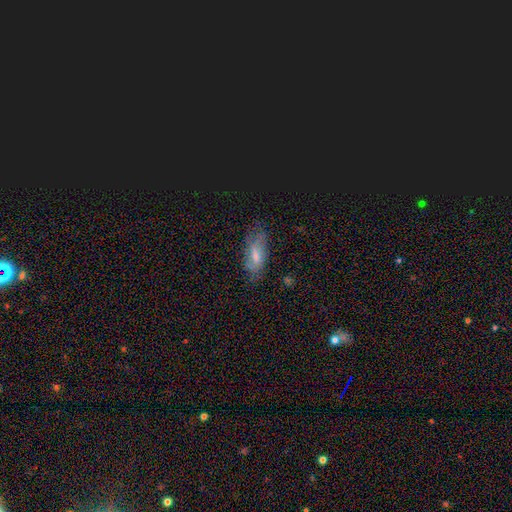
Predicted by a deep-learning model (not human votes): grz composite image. It shows a featured or disk galaxy (43%). Merging: none (70%).